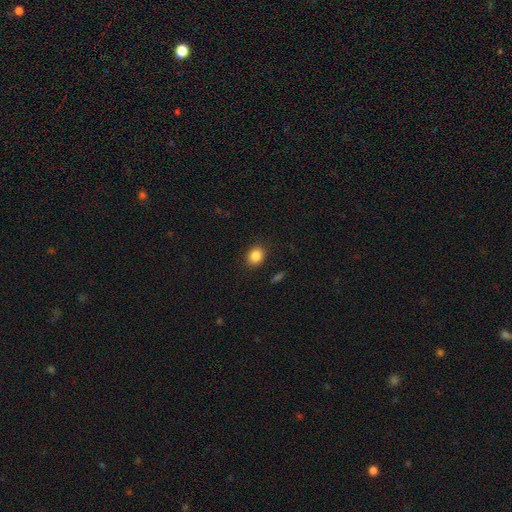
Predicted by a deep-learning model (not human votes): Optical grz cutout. It shows a smooth galaxy with no disk features (86%) that is round (57%). Merging: none (88%).